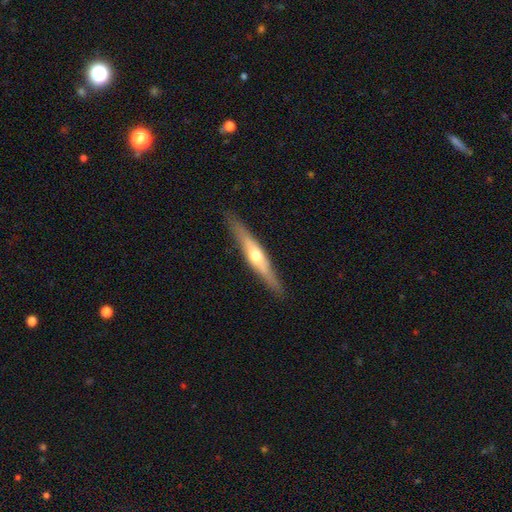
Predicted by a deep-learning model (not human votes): A featured or disk galaxy (63%) viewed edge-on (93%) with a rounded central bulge (89%).

Vote fractions:
- Smooth or featured? featured or disk: 63% / smooth: 32% / star or artifact: 5%
- Edge-on disk? yes: 93% / no: 7%
- Edge-on bulge? rounded: 89% / none: 6% / boxy: 5%
- Merging? none: 86% / minor disturbance: 10% / major disturbance: 2% / merger: 1%